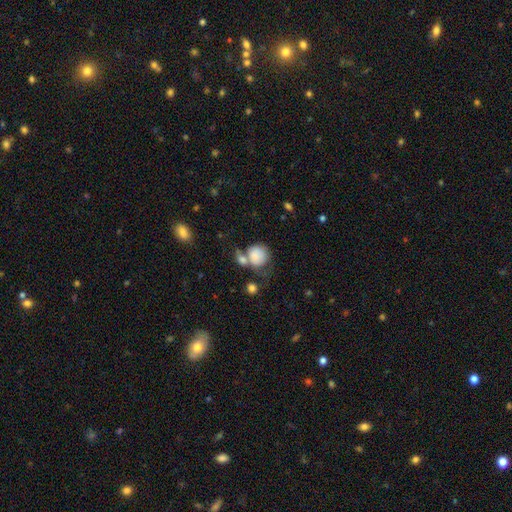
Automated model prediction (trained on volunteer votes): smooth_or_featured: smooth (p=0.79) [alt: featured or disk p=0.14]
how_rounded: round (p=0.79) [alt: in between p=0.20]
merging: merger (p=0.40) [alt: none p=0.33]